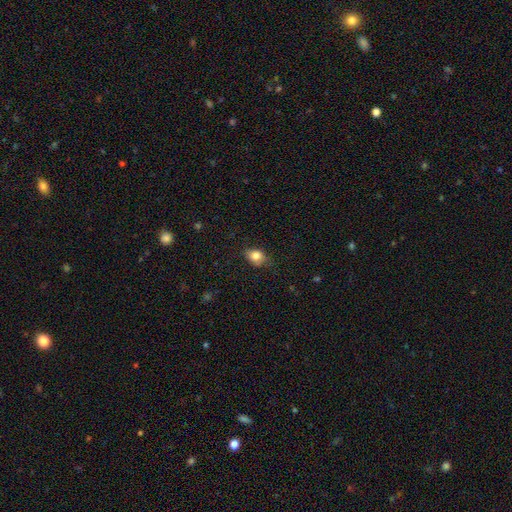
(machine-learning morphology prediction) Smooth or featured?
  - smooth: 82% *
  - featured or disk: 9%
  - star or artifact: 9%
How rounded?
  - in between: 64% *
  - round: 34%
  - cigar-shaped: 1%
Merging?
  - none: 69% *
  - minor disturbance: 24%
  - major disturbance: 5%
  - merger: 1%